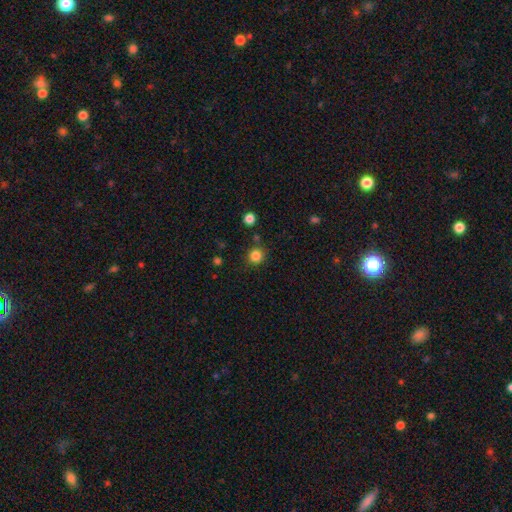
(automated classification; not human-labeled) Smooth or featured: smooth — 83% (star or artifact — 13%)
How rounded: round — 92% (in between — 8%)
Merging: none — 83% (minor disturbance — 9%)